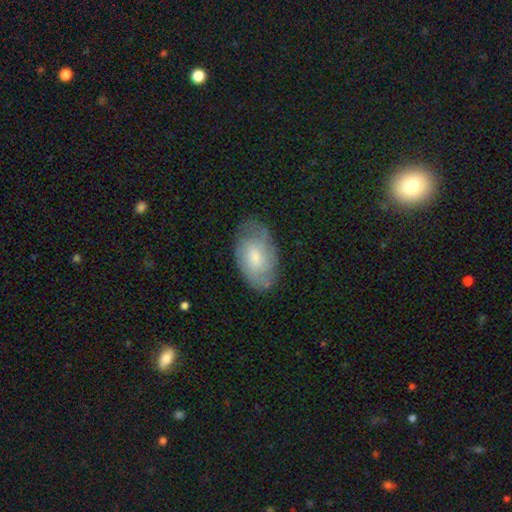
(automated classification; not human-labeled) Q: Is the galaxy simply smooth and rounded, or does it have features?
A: featured or disk — 49%.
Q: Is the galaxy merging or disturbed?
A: none — 72%.